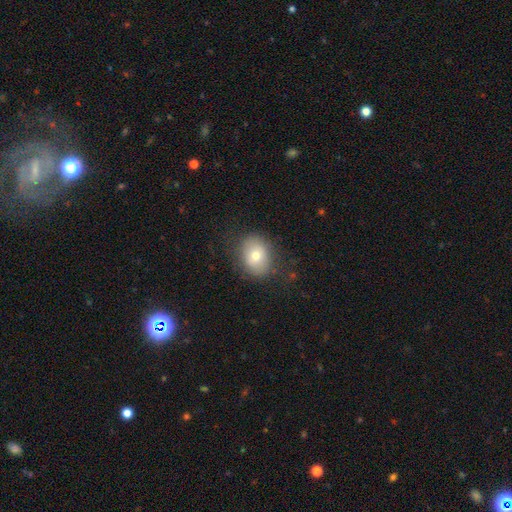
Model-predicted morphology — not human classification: Smooth or featured: smooth — 73% (featured or disk — 17%)
How rounded: round — 53% (in between — 46%)
Merging: none — 79% (minor disturbance — 14%)